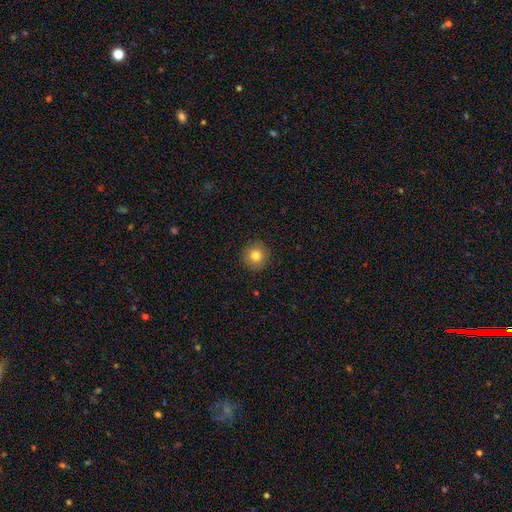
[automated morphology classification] smooth-or-featured: smooth: 81% | star or artifact: 10% | featured or disk: 8%
  how-rounded: round: 95% | in between: 4% | cigar-shaped: 1%
  merging: none: 92% | minor disturbance: 5% | major disturbance: 2% | merger: 1%